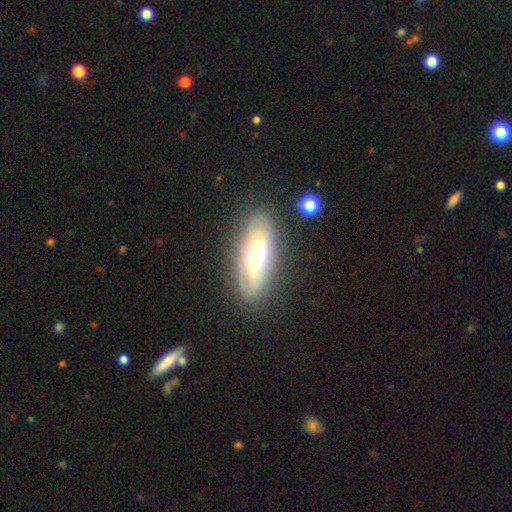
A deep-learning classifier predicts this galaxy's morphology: Smooth or featured?
  - featured or disk: 52% *
  - smooth: 40%
  - star or artifact: 8%
Edge-on disk?
  - no: 66% *
  - yes: 34%
Merging?
  - none: 79% *
  - minor disturbance: 14%
  - major disturbance: 5%
  - merger: 2%